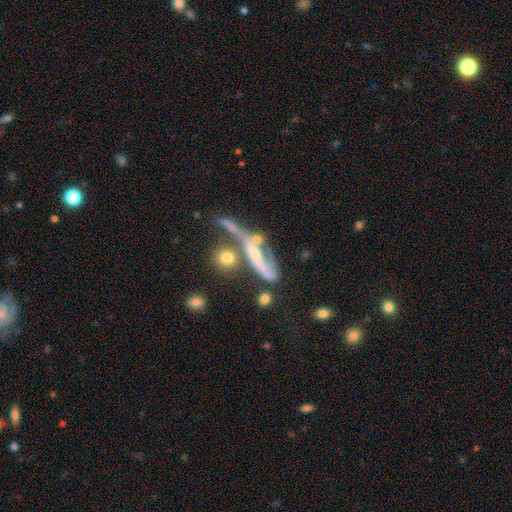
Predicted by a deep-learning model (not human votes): Smooth or featured? featured or disk (65%)
Edge-on disk? no (66%)
Merging? merger (36%)